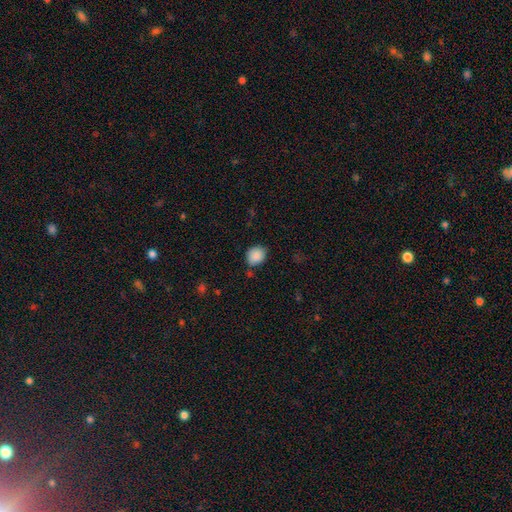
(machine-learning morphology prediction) smooth_or_featured: smooth (p=0.88) [alt: star or artifact p=0.08]
how_rounded: round (p=0.65) [alt: in between p=0.34]
merging: none (p=0.75) [alt: minor disturbance p=0.18]